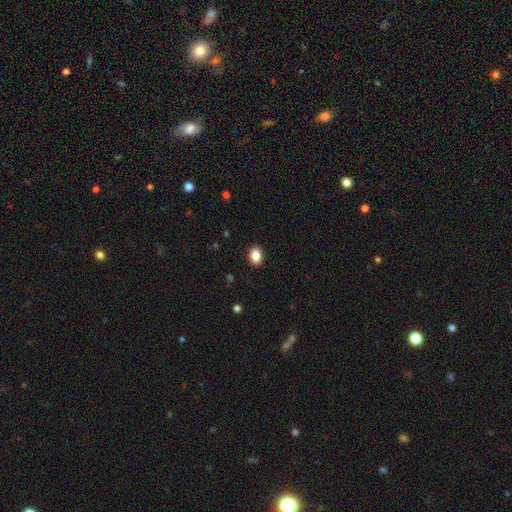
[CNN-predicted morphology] Smooth or featured: smooth — 87% (star or artifact — 9%)
How rounded: in between — 79% (round — 20%)
Merging: none — 91% (minor disturbance — 7%)